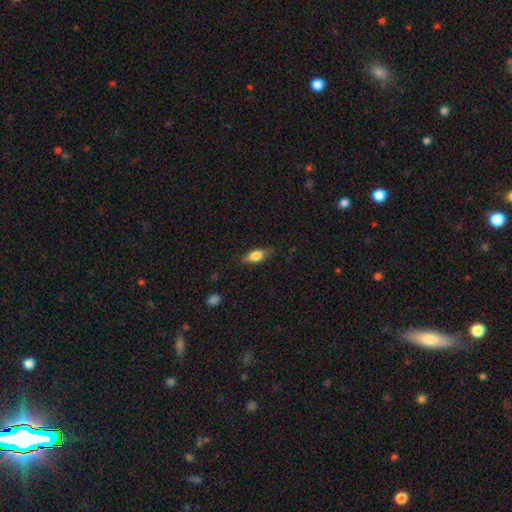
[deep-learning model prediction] Overall: smooth (74%). How rounded: in between (78%). Merging: none (78%).